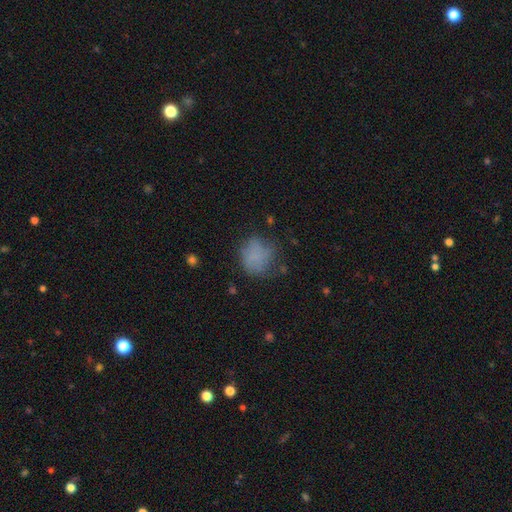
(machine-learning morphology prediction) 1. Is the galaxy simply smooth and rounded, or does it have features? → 74% smooth, 14% featured or disk, 12% star or artifact.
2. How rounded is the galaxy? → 77% round, 22% in between, 1% cigar-shaped.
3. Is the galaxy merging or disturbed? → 59% none, 25% minor disturbance, 14% major disturbance, 2% merger.